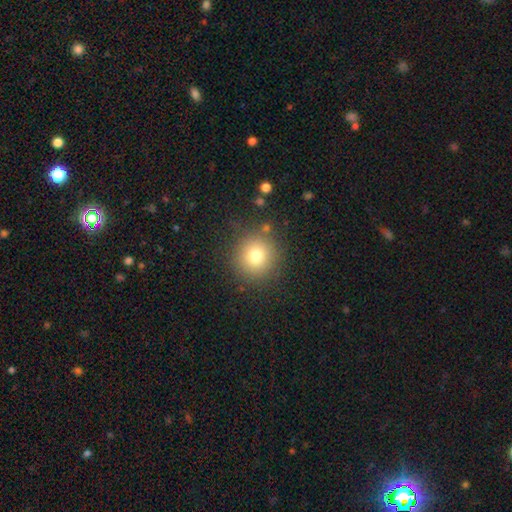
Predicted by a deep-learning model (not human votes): The model was most divided on "smooth or featured": smooth: 77%, star or artifact: 13%, featured or disk: 10%. More confident: how rounded — round (92%); merging — none (85%).